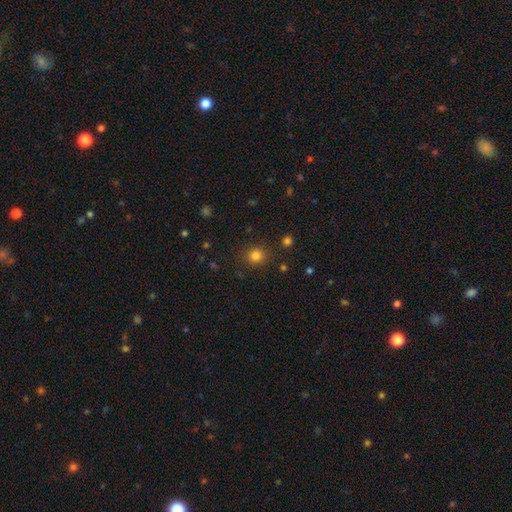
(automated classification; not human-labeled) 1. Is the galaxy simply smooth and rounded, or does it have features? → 81% smooth, 14% star or artifact, 5% featured or disk.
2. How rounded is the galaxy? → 87% round, 12% in between, 1% cigar-shaped.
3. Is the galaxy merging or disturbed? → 87% none, 8% minor disturbance, 3% major disturbance, 2% merger.